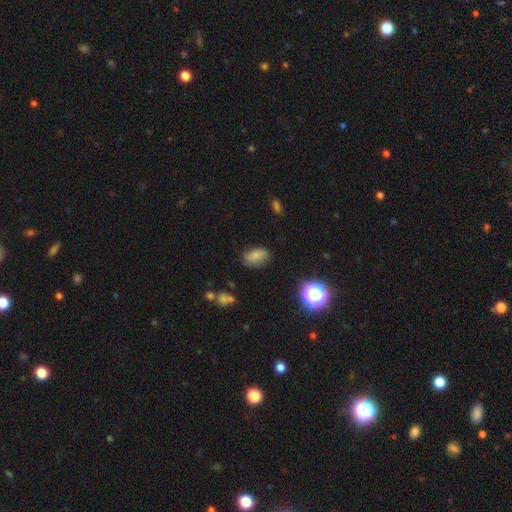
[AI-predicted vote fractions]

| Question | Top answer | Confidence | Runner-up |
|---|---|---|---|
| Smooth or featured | smooth | 77% | star or artifact (13%) |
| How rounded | in between | 90% | round (8%) |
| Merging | none | 79% | minor disturbance (16%) |